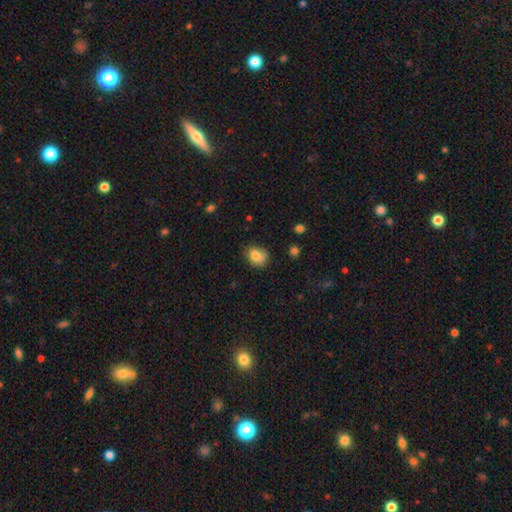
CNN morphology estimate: This appears to be a smooth galaxy with no disk features (79%) that is round (58%). Merging: none (58%).